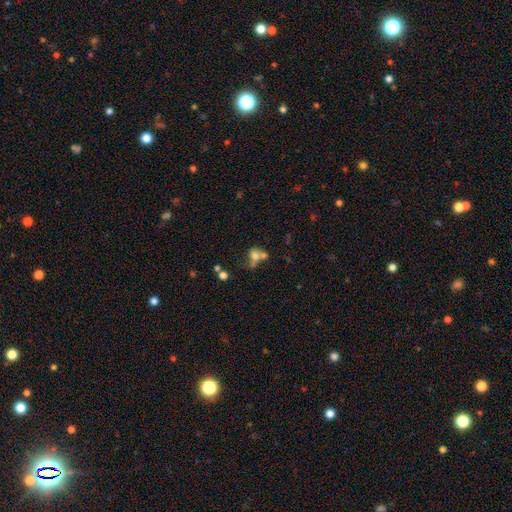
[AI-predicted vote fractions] Smooth or featured?
  - smooth: 64% *
  - featured or disk: 21%
  - star or artifact: 14%
How rounded?
  - round: 53% *
  - in between: 45%
  - cigar-shaped: 2%
Merging?
  - merger: 52% *
  - none: 23%
  - major disturbance: 14%
  - minor disturbance: 11%